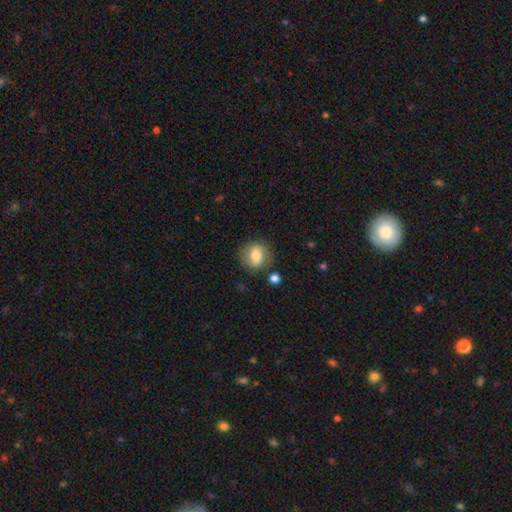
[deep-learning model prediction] smooth-or-featured: smooth: 55% | featured or disk: 37% | star or artifact: 8%
  how-rounded: round: 78% | in between: 21% | cigar-shaped: 1%
  merging: none: 77% | minor disturbance: 14% | major disturbance: 5% | merger: 4%